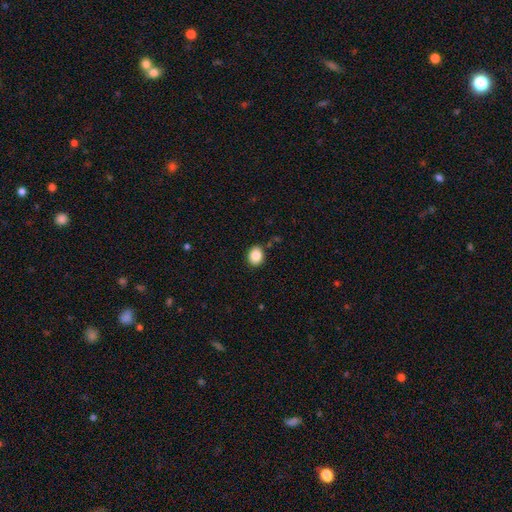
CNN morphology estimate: Overall: smooth (87%). How rounded: round (63%; in between 36%). Merging: none (88%).